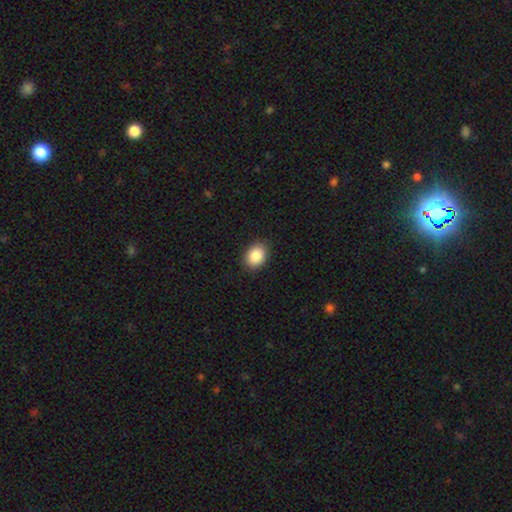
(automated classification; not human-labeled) This is clearly a smooth galaxy (88%). How rounded: likely in between (64%). Merging: clearly none (89%).